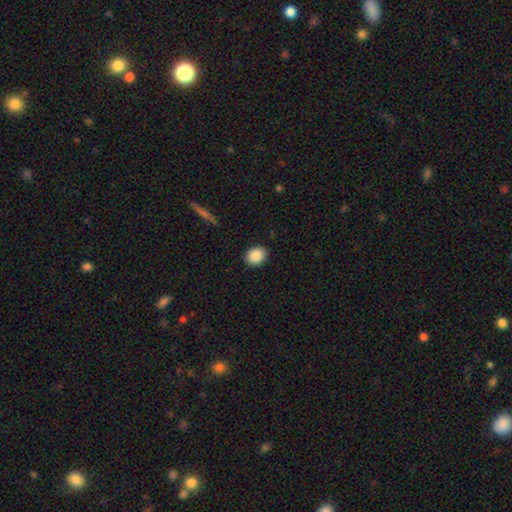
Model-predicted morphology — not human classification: Smooth or featured?
  - smooth: 89% *
  - star or artifact: 8%
  - featured or disk: 3%
How rounded?
  - round: 58% *
  - in between: 41%
  - cigar-shaped: 1%
Merging?
  - none: 90% *
  - minor disturbance: 7%
  - major disturbance: 2%
  - merger: 1%